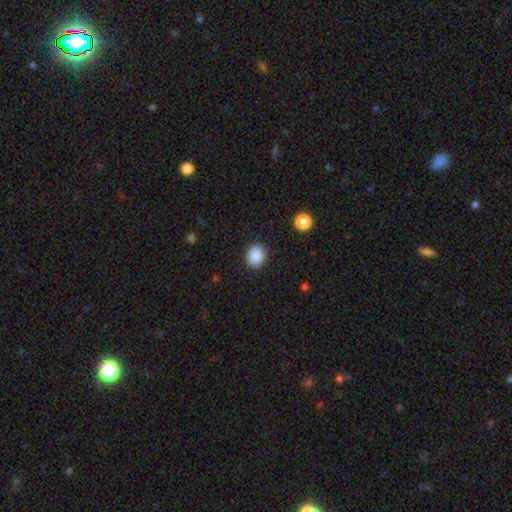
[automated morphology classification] The model was most divided on "how rounded": round: 59%, in between: 40%, cigar-shaped: 1%. More confident: smooth or featured — smooth (88%); merging — none (88%).